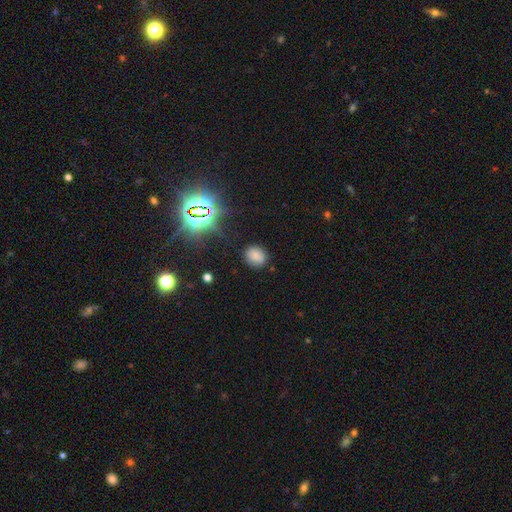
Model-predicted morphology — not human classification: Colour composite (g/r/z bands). It shows a smooth galaxy with no disk features (75%) that is round (57%). Merging: none (82%).